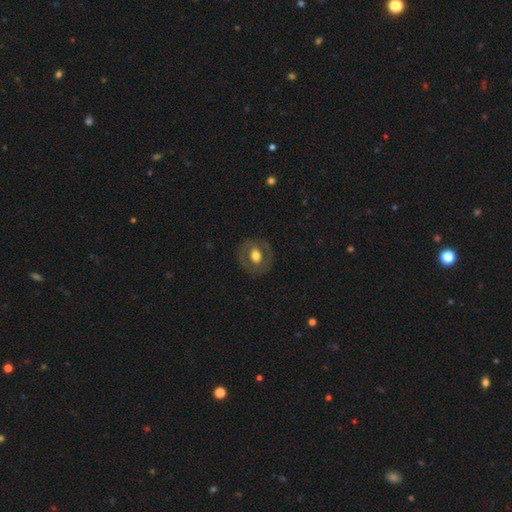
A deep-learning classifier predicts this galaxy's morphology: Smooth or featured: smooth — 52% (featured or disk — 41%)
How rounded: round — 66% (in between — 33%)
Merging: none — 83% (minor disturbance — 11%)